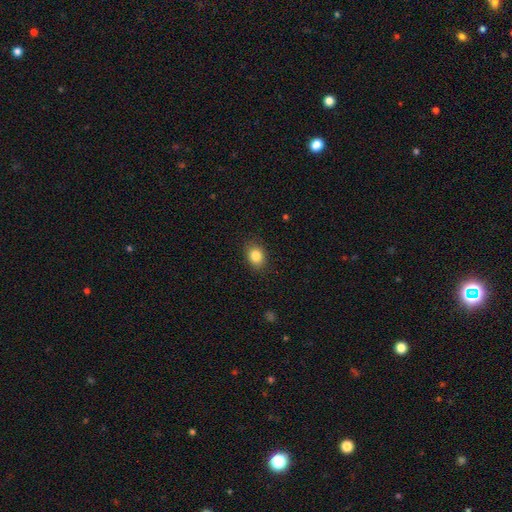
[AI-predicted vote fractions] Smooth or featured? smooth (84%)
How rounded? in between (60%)
Merging? none (87%)